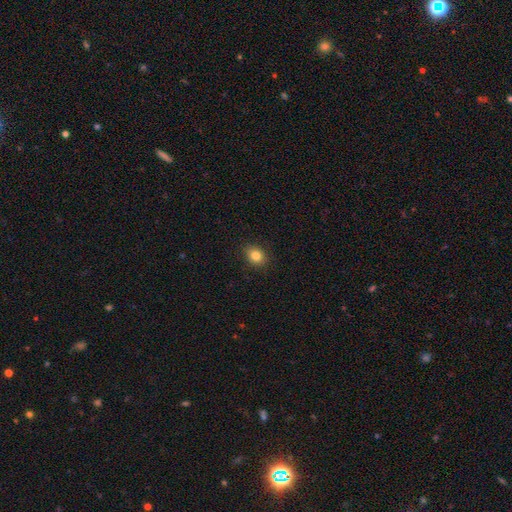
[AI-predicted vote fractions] Smooth or featured?
  - smooth: 83% *
  - star or artifact: 10%
  - featured or disk: 6%
How rounded?
  - round: 52% *
  - in between: 47%
  - cigar-shaped: 1%
Merging?
  - none: 90% *
  - minor disturbance: 7%
  - major disturbance: 2%
  - merger: 1%